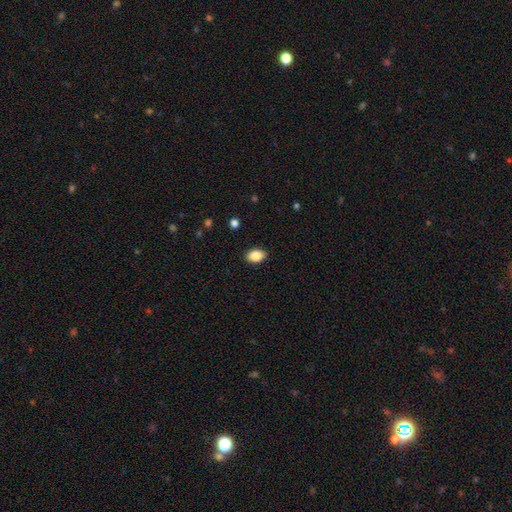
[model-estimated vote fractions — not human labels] smooth-or-featured: smooth: 86% | star or artifact: 8% | featured or disk: 5%
  how-rounded: in between: 86% | round: 13% | cigar-shaped: 1%
  merging: none: 89% | minor disturbance: 8% | major disturbance: 2% | merger: 1%